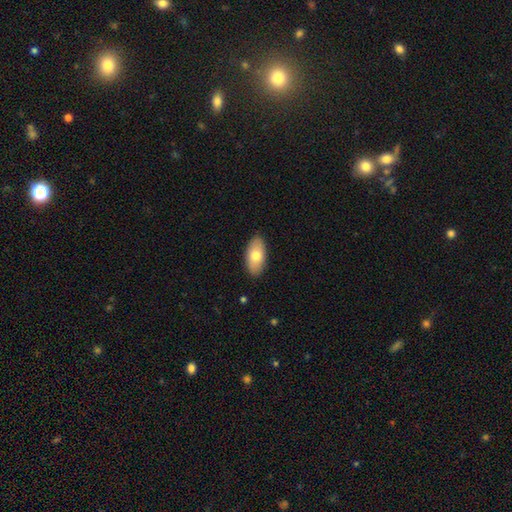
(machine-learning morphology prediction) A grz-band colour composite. It shows a smooth galaxy with no disk features (74%) that is in between round and cigar-shaped (93%). Merging: none (88%).